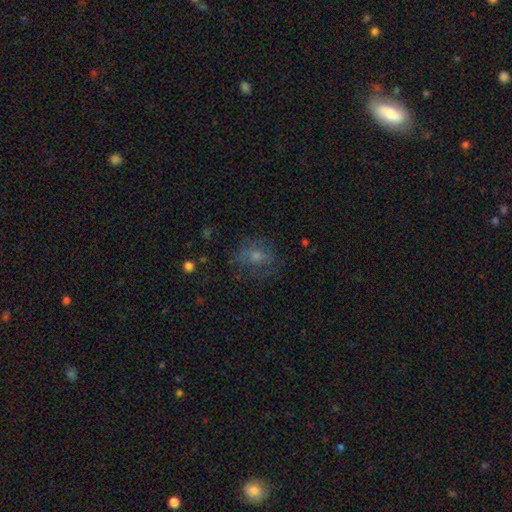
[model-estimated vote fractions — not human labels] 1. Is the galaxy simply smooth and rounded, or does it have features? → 59% smooth, 26% featured or disk, 15% star or artifact.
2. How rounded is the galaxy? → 57% round, 41% in between, 1% cigar-shaped.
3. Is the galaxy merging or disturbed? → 61% none, 21% minor disturbance, 17% major disturbance, 2% merger.